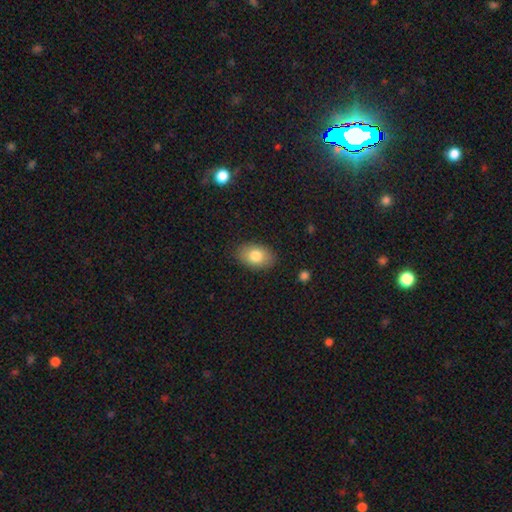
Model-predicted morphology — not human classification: A smooth galaxy with no disk features (79%) that is in between round and cigar-shaped (87%).

Vote fractions:
- Smooth or featured? smooth: 79% / featured or disk: 13% / star or artifact: 8%
- How rounded? in between: 87% / round: 12% / cigar-shaped: 1%
- Merging? none: 86% / minor disturbance: 10% / major disturbance: 2% / merger: 1%